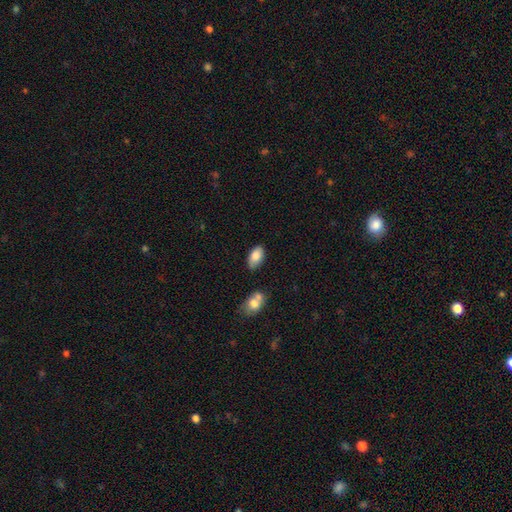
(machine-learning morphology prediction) Q: Smooth or featured?
A: smooth (83%); runner-up: featured or disk (10%)
Q: How rounded?
A: in between (93%); runner-up: round (4%)
Q: Merging?
A: none (75%); runner-up: minor disturbance (16%)